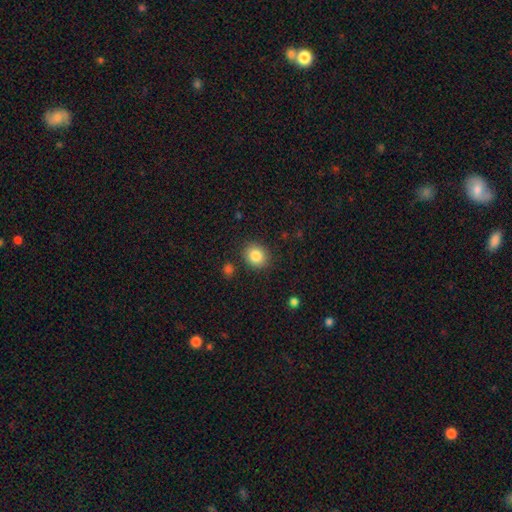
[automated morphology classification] Smooth or featured? Predicted: smooth (p=0.85). How rounded? Predicted: round (p=0.73). Merging? Predicted: none (p=0.86).